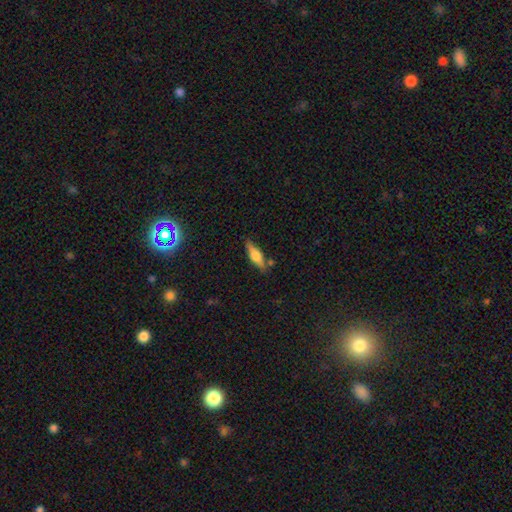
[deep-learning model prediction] The model was most divided on "how rounded": cigar-shaped: 57%, in between: 40%, round: 2%. More confident: merging — none (76%); smooth or featured — smooth (58%).